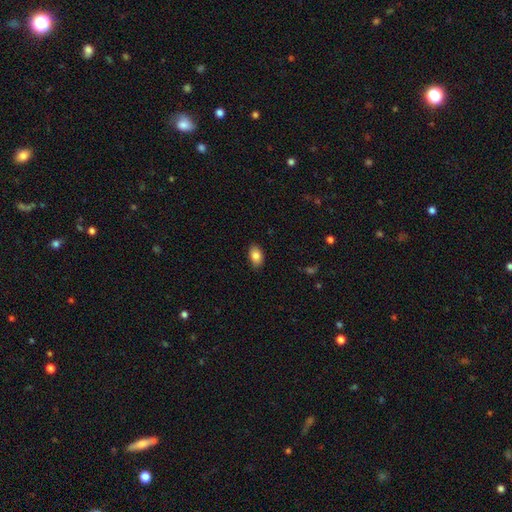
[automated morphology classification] This appears to be a smooth galaxy with no disk features (85%) that is in between round and cigar-shaped (90%). Merging: none (86%).